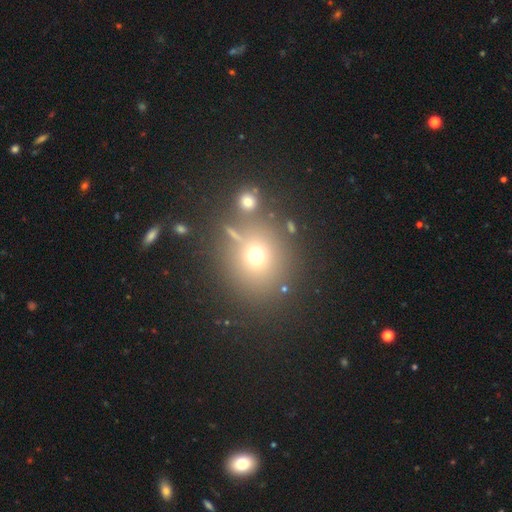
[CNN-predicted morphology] A smooth galaxy with no disk features (63%) that is round (82%). Merging: none (75%).